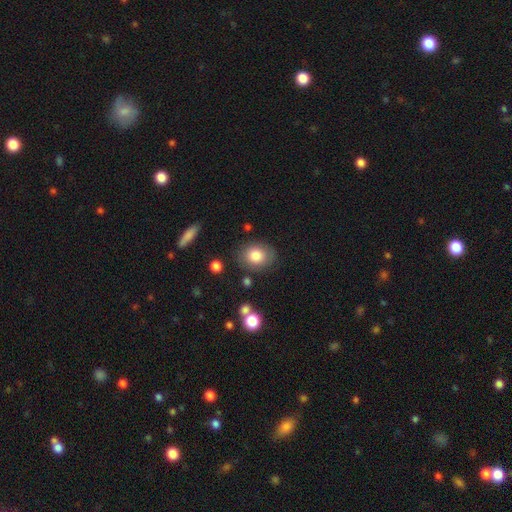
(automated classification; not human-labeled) smooth 81%, featured or disk 11%, star or artifact 8%. Down the decision tree: how rounded — round (50%); merging — none (80%).